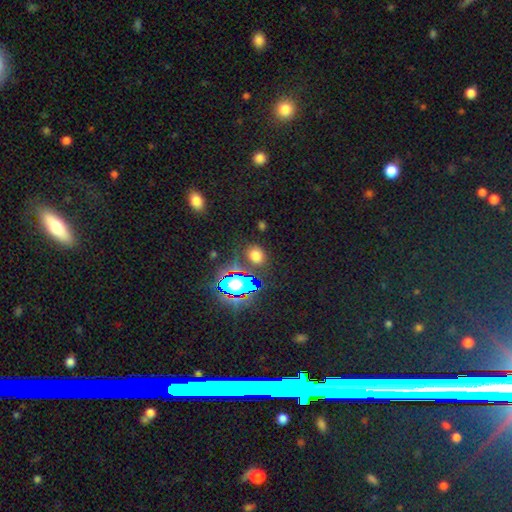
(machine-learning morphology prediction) Q: Smooth or featured?
A: smooth (61%); runner-up: star or artifact (32%)
Q: How rounded?
A: in between (50%); runner-up: round (48%)
Q: Merging?
A: none (81%); runner-up: minor disturbance (10%)